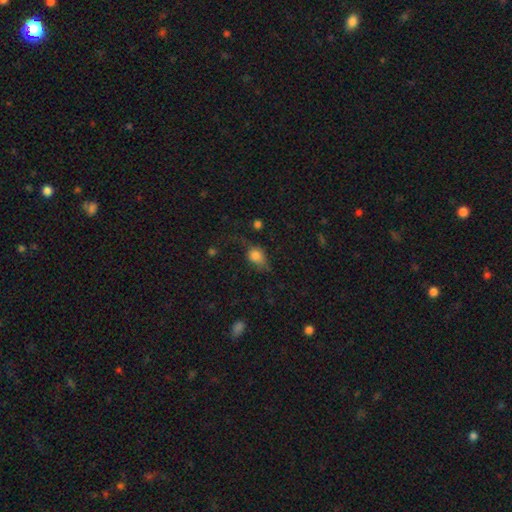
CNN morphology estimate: Smooth or featured? Predicted: smooth (p=0.78). How rounded? Predicted: in between (p=0.53). Merging? Predicted: none (p=0.49).